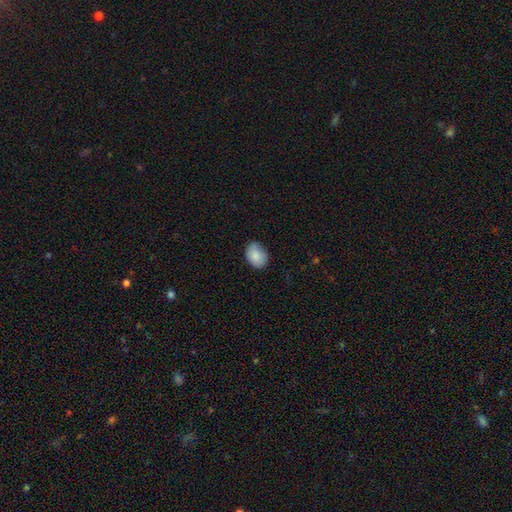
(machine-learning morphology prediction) smooth-or-featured: smooth: 87% | star or artifact: 7% | featured or disk: 6%
  how-rounded: in between: 71% | round: 28% | cigar-shaped: 1%
  merging: none: 75% | minor disturbance: 20% | major disturbance: 3% | merger: 1%